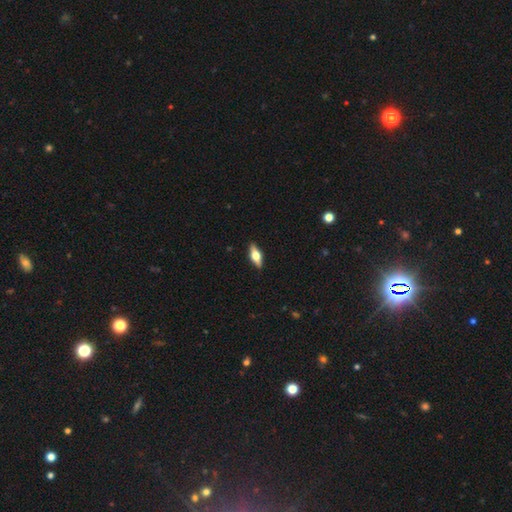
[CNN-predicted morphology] type=featured or disk (54%); edge-on=yes (93%); edge-on bulge=rounded (95%); merging=none (90%).